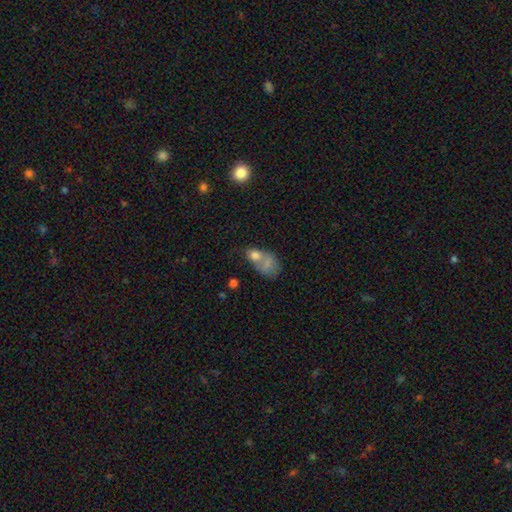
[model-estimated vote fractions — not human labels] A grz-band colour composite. It shows a smooth galaxy with no disk features (72%) that is in between round and cigar-shaped (64%). Merging: merger (59%).